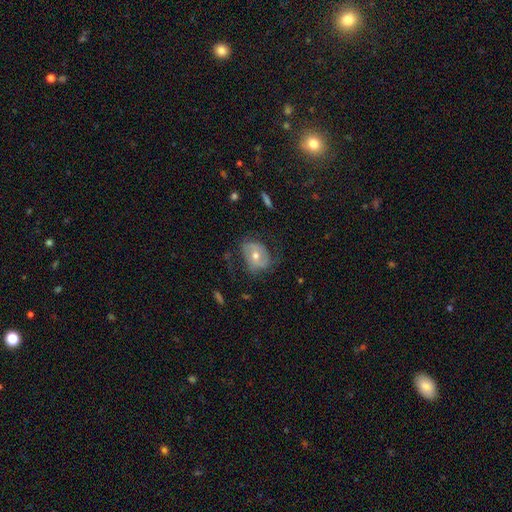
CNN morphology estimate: Smooth or featured? Predicted: featured or disk (p=0.63). Edge-on disk? Predicted: no (p=0.95). Bar? Predicted: no (p=0.57). Spiral arms? Predicted: yes (p=0.72). Bulge size? Predicted: moderate (p=0.67). Merging? Predicted: none (p=0.58).